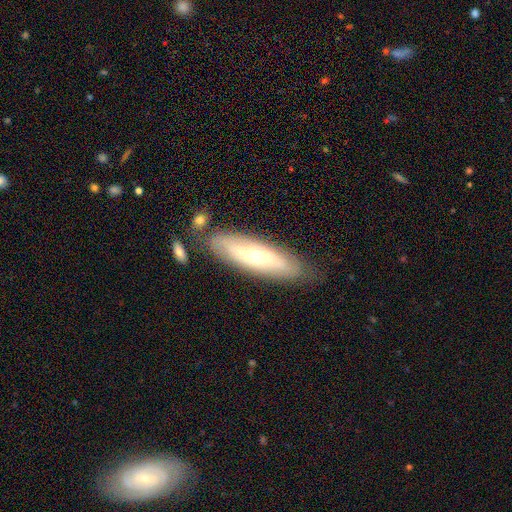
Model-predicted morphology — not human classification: Overall: featured or disk (50%; smooth 44%). Merging: none (78%).